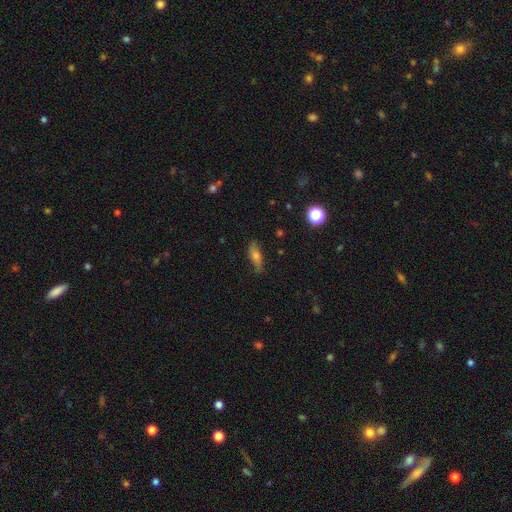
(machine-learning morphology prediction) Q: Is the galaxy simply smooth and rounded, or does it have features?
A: smooth — 55%.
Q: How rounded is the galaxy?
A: in between — 49%.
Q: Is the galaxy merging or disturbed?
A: none — 76%.